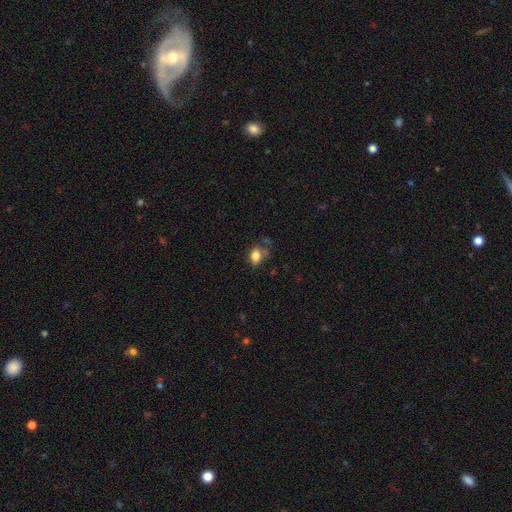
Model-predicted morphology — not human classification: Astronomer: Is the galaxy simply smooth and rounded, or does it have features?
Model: smooth — 80%.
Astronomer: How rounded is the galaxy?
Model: in between — 79%.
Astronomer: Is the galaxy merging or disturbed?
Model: none — 54%.